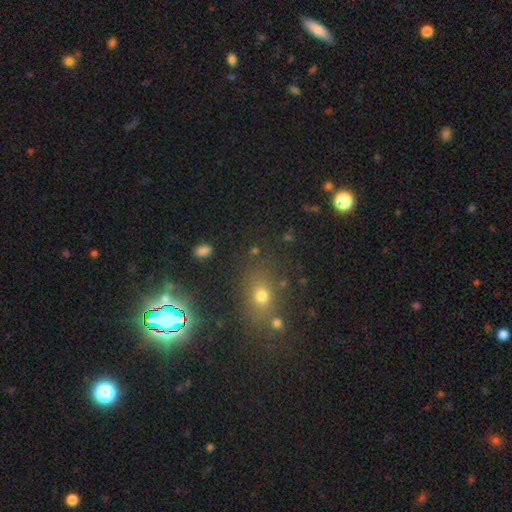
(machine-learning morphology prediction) Overall: smooth (46%; star or artifact 43%). Merging: none (79%).